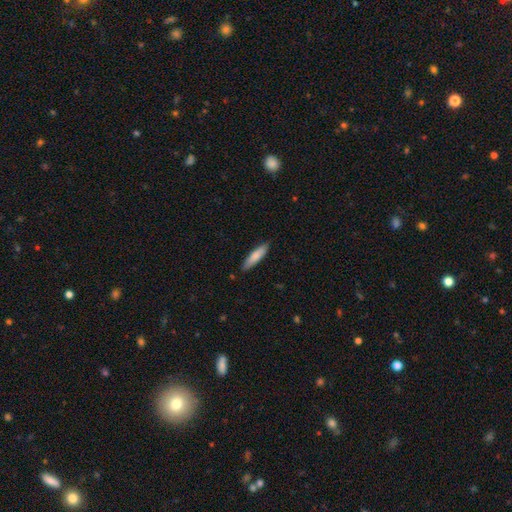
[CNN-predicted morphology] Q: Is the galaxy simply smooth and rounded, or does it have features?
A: smooth — 80%.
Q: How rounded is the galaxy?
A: cigar-shaped — 77%.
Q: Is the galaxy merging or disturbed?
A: none — 87%.